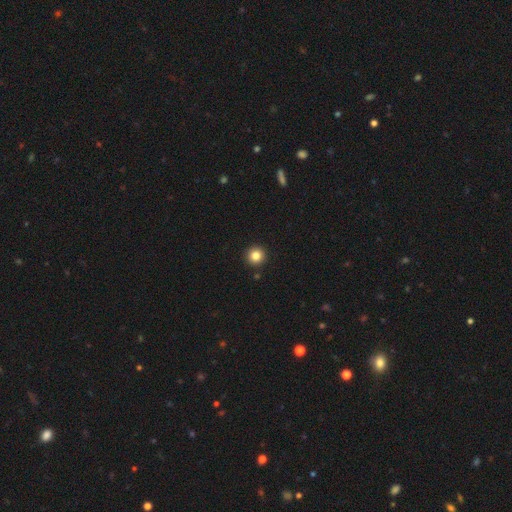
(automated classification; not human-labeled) smooth-or-featured: smooth: 84% | star or artifact: 11% | featured or disk: 5%
  how-rounded: round: 96% | in between: 3% | cigar-shaped: 1%
  merging: none: 92% | minor disturbance: 4% | merger: 2% | major disturbance: 1%